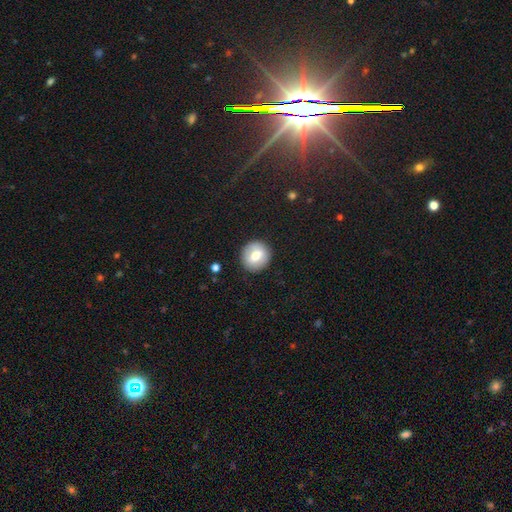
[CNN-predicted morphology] The model was most divided on "smooth or featured": smooth: 68%, featured or disk: 24%, star or artifact: 8%. More confident: merging — none (89%); how rounded — round (88%).